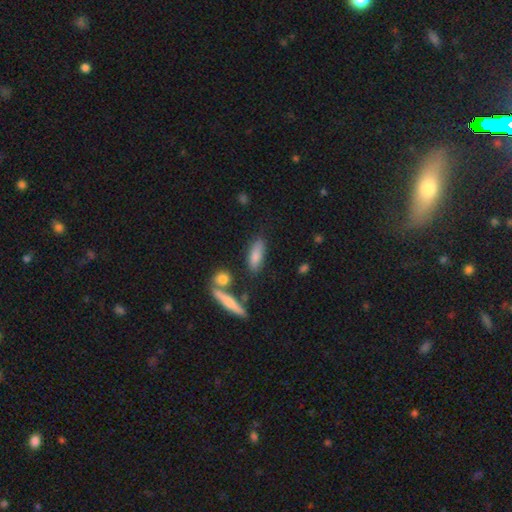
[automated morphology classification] Smooth or featured? smooth (78%)
How rounded? in between (55%)
Merging? none (67%)